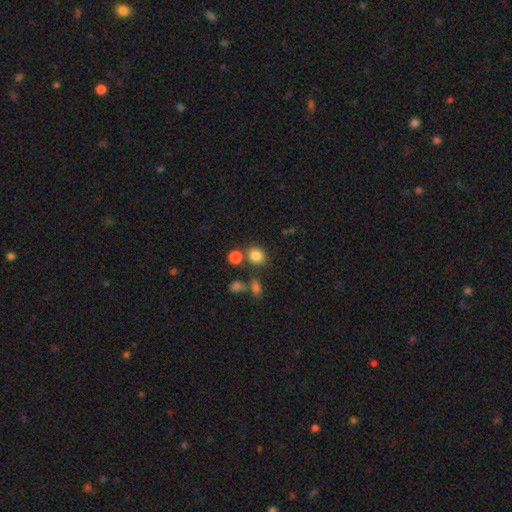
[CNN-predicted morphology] This appears to be a smooth galaxy with no disk features (82%) that is round (66%). Merging: none (72%).